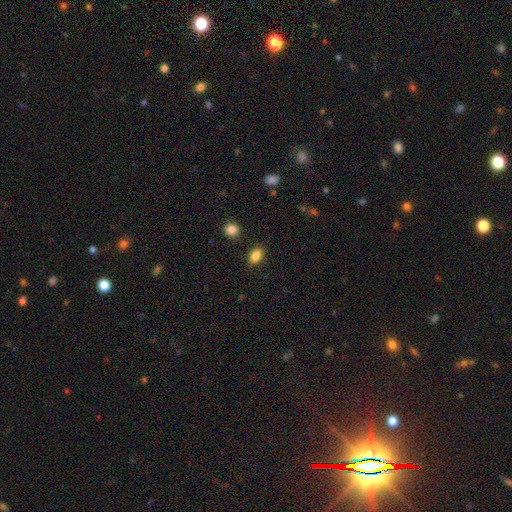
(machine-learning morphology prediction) A smooth galaxy with no disk features (86%) that is in between round and cigar-shaped (84%). Merging: none (86%).